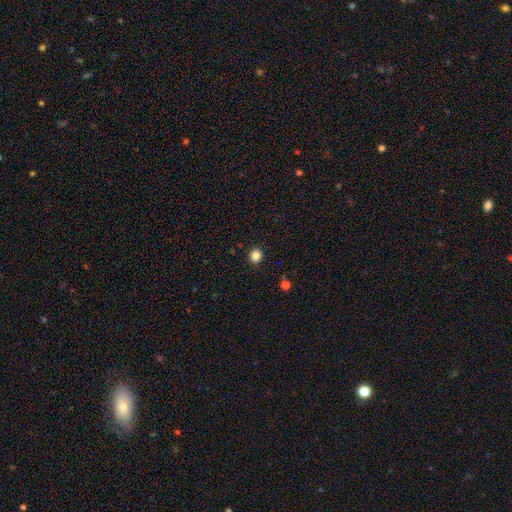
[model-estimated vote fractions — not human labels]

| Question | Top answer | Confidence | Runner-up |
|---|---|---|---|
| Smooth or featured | smooth | 85% | star or artifact (12%) |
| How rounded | round | 81% | in between (18%) |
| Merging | none | 91% | minor disturbance (6%) |